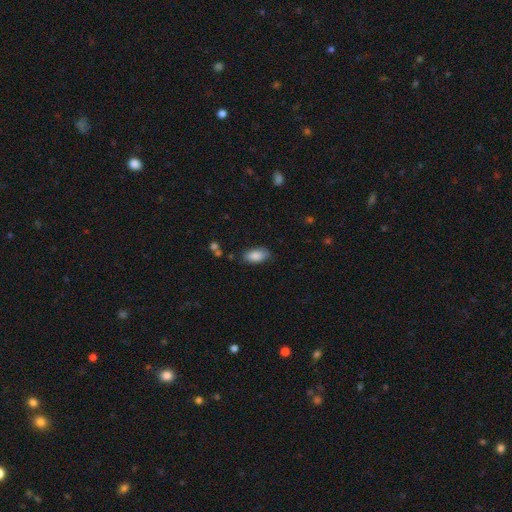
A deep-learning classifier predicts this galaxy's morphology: A smooth galaxy with no disk features (87%) that is in between round and cigar-shaped (92%). Merging: none (81%).